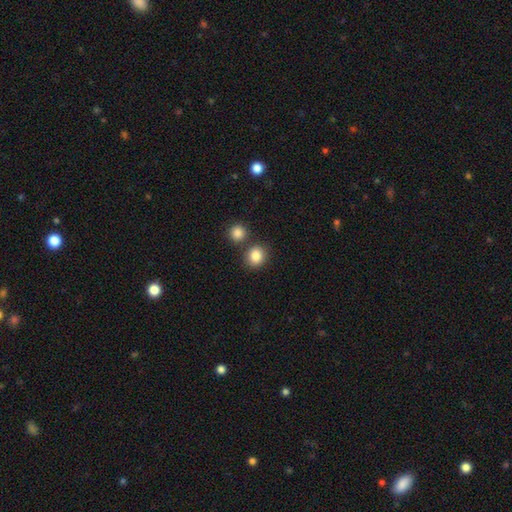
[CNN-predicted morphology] Smooth or featured: smooth — 85% (star or artifact — 10%)
How rounded: round — 79% (in between — 20%)
Merging: none — 73% (merger — 16%)